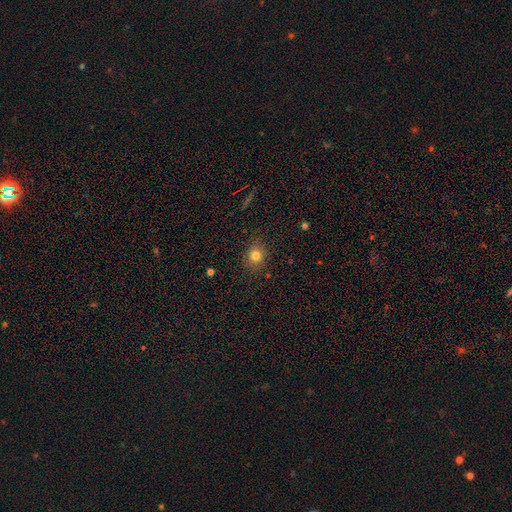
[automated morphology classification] smooth 78%, star or artifact 14%, featured or disk 8%. Down the decision tree: how rounded — round (72%); merging — none (86%).